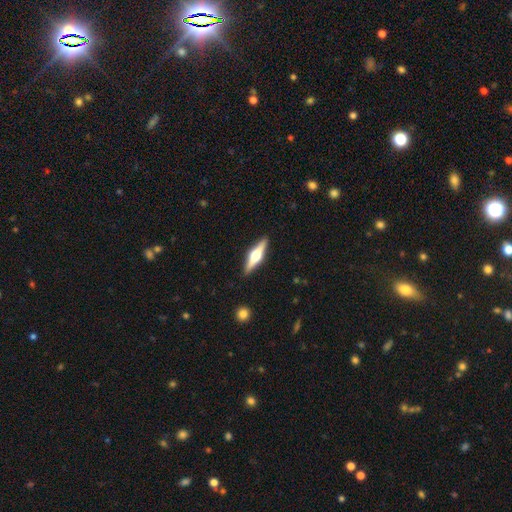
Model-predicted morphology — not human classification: Smooth or featured? featured or disk (70%)
Edge-on disk? yes (97%)
Edge-on bulge? rounded (95%)
Merging? none (91%)